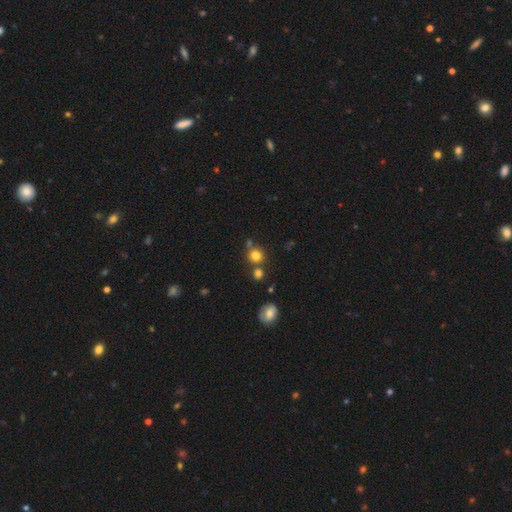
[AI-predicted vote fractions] smooth-or-featured: smooth: 79% | star or artifact: 14% | featured or disk: 7%
  how-rounded: round: 89% | in between: 10% | cigar-shaped: 1%
  merging: none: 71% | merger: 17% | minor disturbance: 9% | major disturbance: 3%